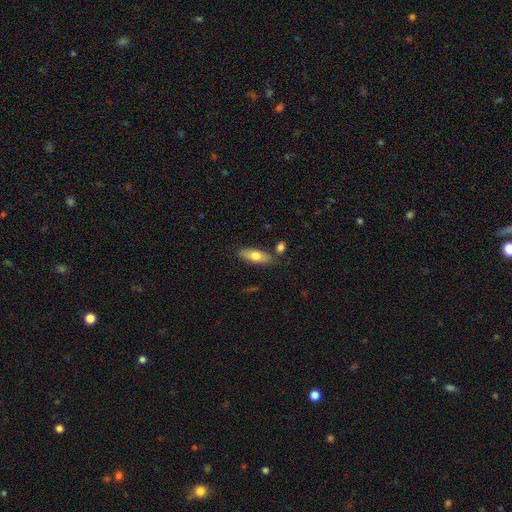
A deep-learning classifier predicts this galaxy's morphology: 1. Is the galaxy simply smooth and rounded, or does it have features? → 71% smooth, 23% featured or disk, 6% star or artifact.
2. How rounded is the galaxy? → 68% in between, 30% cigar-shaped, 3% round.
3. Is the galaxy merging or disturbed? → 78% none, 12% minor disturbance, 7% merger, 3% major disturbance.